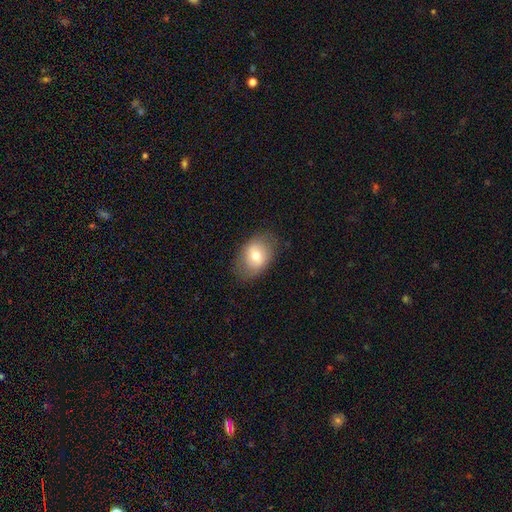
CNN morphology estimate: type=smooth (69%); roundness=in between (71%); merging=none (79%).